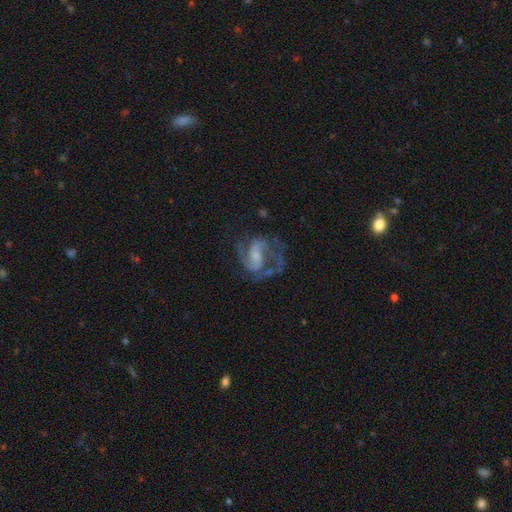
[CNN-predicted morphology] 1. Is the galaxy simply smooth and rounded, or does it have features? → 88% featured or disk, 7% smooth, 6% star or artifact.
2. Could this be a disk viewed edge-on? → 98% no, 2% yes.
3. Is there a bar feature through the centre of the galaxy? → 49% weak, 28% no, 24% strong.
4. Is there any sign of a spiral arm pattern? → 96% yes, 4% no.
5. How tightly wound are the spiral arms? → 58% medium, 21% tight, 21% loose.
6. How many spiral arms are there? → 85% 2, 4% 3, 4% can't tell, 4% 1, 1% 4, 1% more than 4.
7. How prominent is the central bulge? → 32% small, 29% none, 27% moderate, 11% large, 2% dominant.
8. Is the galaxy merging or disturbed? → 59% none, 20% major disturbance, 18% minor disturbance, 3% merger.